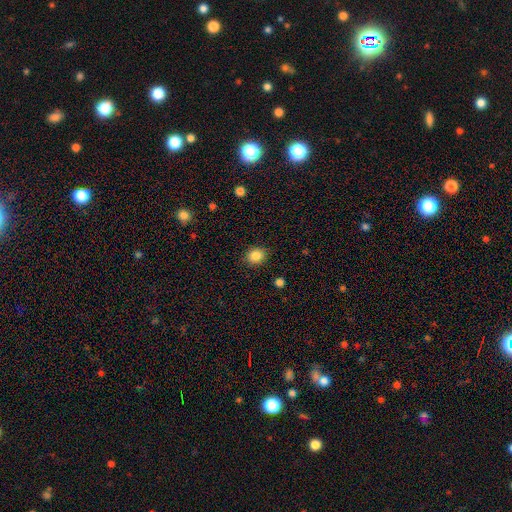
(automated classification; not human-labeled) This appears to be a smooth galaxy with no disk features (86%) that is round (65%). Merging: none (87%).